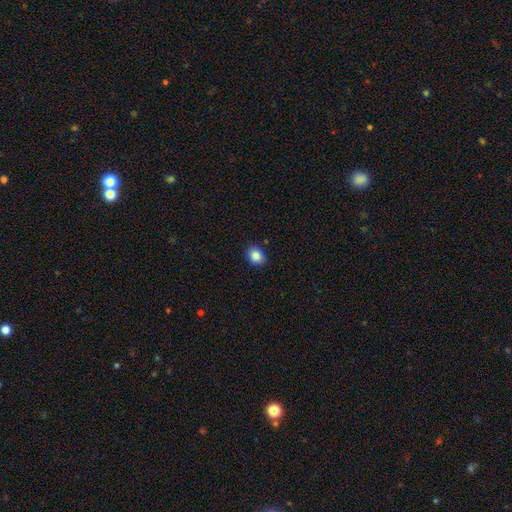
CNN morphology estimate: This is clearly a smooth galaxy (86%). How rounded: possibly in between (55%). Merging: clearly none (89%).